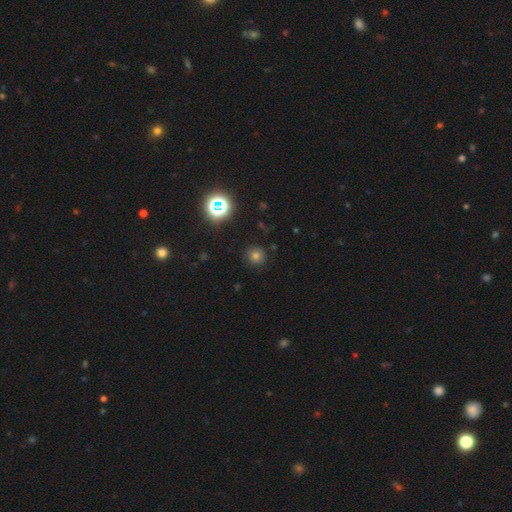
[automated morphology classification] smooth-or-featured: smooth: 70% | star or artifact: 22% | featured or disk: 8%
  how-rounded: round: 92% | in between: 7% | cigar-shaped: 1%
  merging: none: 88% | minor disturbance: 8% | major disturbance: 3% | merger: 2%